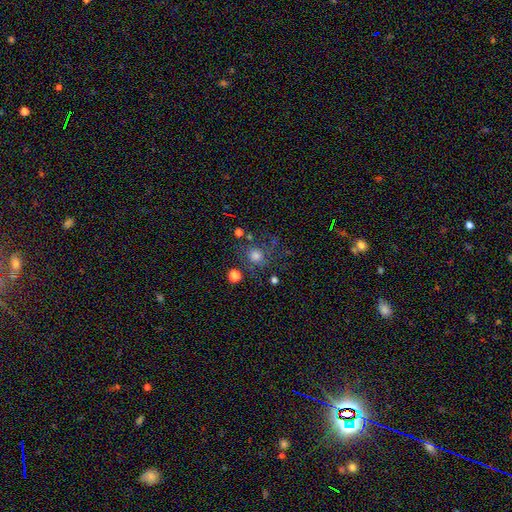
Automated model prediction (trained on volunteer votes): Overall: smooth (62%). How rounded: round (84%). Merging: none (66%).